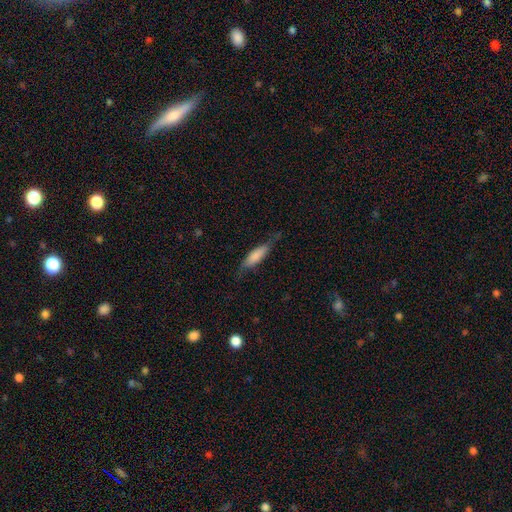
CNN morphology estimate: Smooth or featured? Predicted: smooth (p=0.70). How rounded? Predicted: cigar-shaped (p=0.61). Merging? Predicted: none (p=0.66).